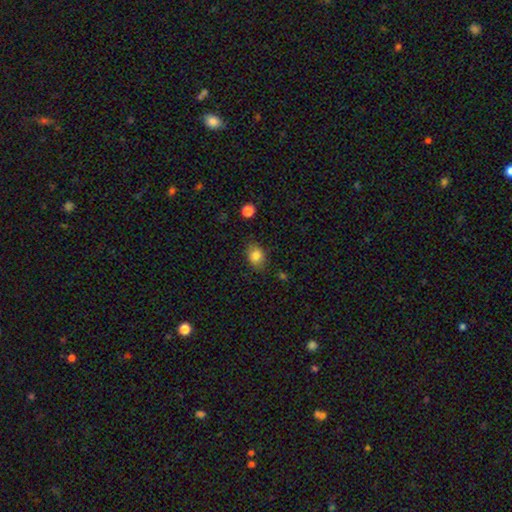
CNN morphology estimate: A smooth galaxy with no disk features (83%) that is in between round and cigar-shaped (63%). Merging: none (82%).